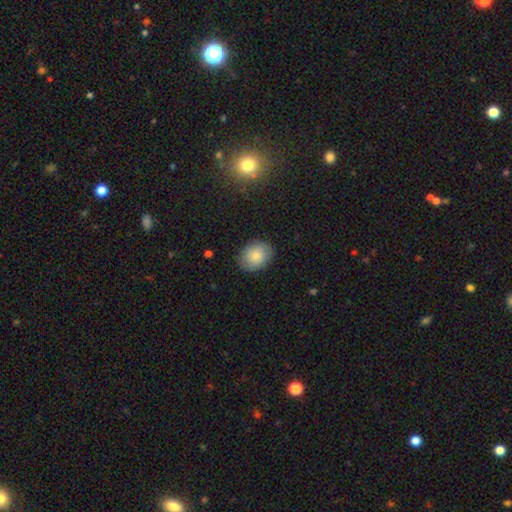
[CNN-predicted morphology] smooth-or-featured: smooth: 82% | featured or disk: 10% | star or artifact: 7%
  how-rounded: in between: 61% | round: 38% | cigar-shaped: 1%
  merging: none: 84% | minor disturbance: 12% | major disturbance: 3% | merger: 1%